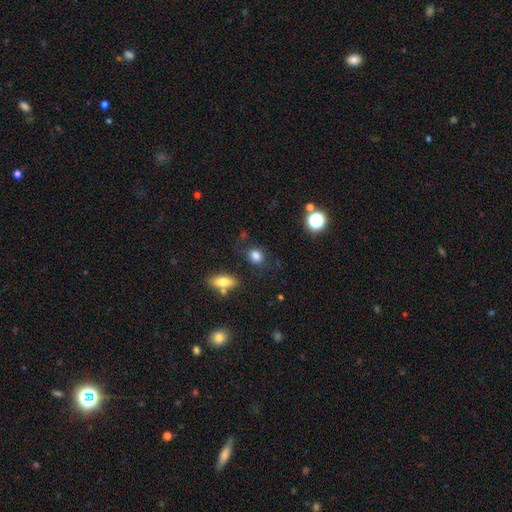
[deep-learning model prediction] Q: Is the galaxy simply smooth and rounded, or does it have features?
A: smooth — 81%.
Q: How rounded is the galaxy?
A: in between — 49%, tied with round.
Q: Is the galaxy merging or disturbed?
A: none — 73%.